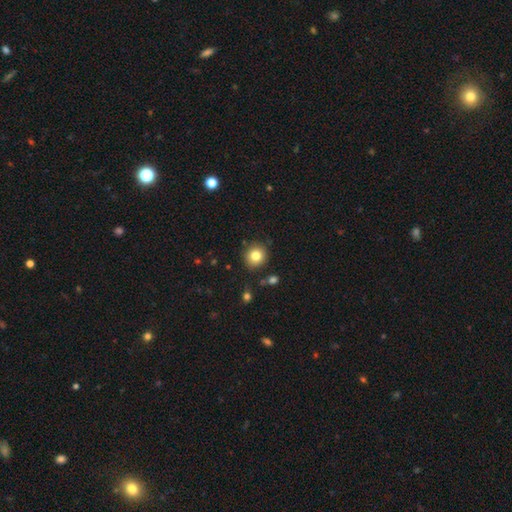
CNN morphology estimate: Smooth or featured?
  - smooth: 81% *
  - star or artifact: 11%
  - featured or disk: 8%
How rounded?
  - round: 90% *
  - in between: 9%
  - cigar-shaped: 1%
Merging?
  - none: 87% *
  - minor disturbance: 8%
  - merger: 3%
  - major disturbance: 2%